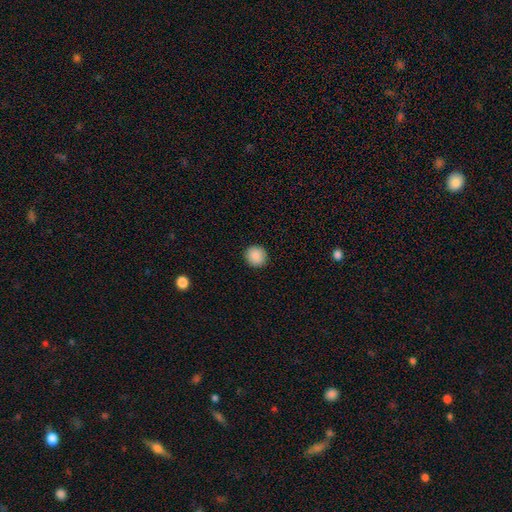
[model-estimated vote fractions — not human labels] Smooth or featured? Predicted: smooth (p=0.89). How rounded? Predicted: round (p=0.92). Merging? Predicted: none (p=0.92).